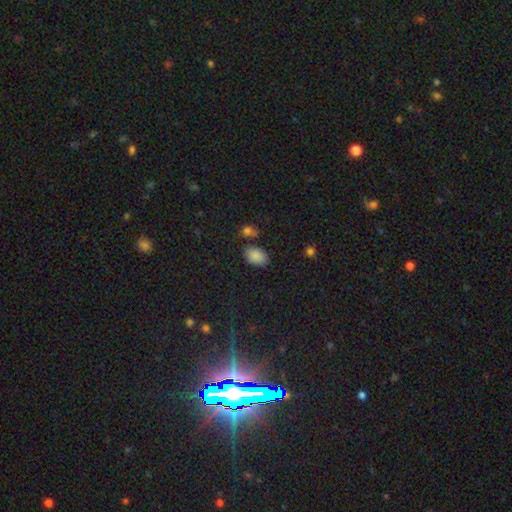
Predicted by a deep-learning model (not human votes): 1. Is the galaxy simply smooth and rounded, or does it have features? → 86% smooth, 9% star or artifact, 5% featured or disk.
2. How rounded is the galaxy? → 88% in between, 11% round, 1% cigar-shaped.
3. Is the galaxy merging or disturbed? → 75% none, 15% minor disturbance, 7% merger, 4% major disturbance.